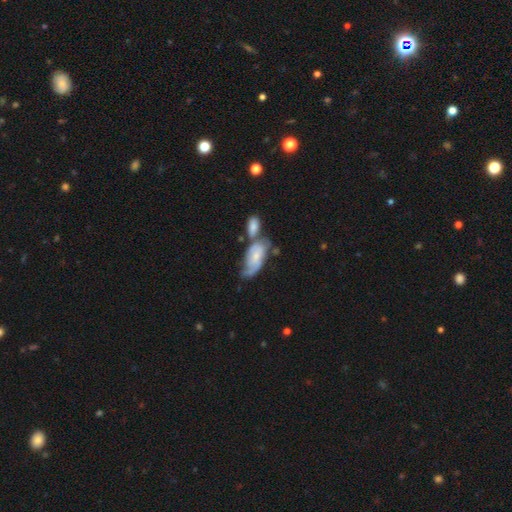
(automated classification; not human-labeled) Smooth or featured: featured or disk — 58% (smooth — 36%)
Edge-on disk: no — 93% (yes — 7%)
Bar: no — 62% (weak — 31%)
Spiral arms: yes — 81% (no — 19%)
Bulge size: small — 60% (moderate — 29%)
Merging: merger — 42% (none — 27%)